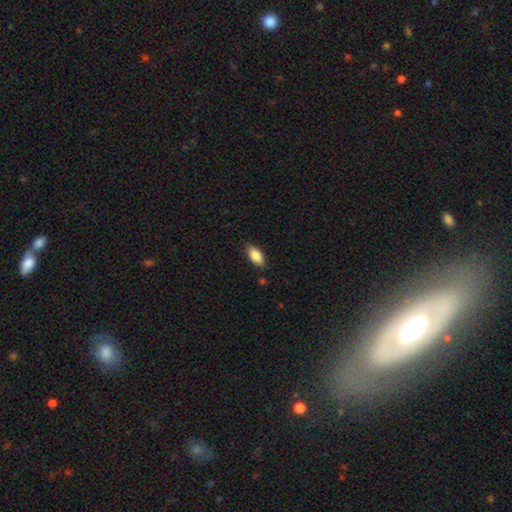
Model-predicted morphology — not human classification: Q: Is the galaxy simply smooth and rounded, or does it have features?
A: smooth — 84%.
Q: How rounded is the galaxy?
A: in between — 89%.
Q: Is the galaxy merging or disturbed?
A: none — 84%.